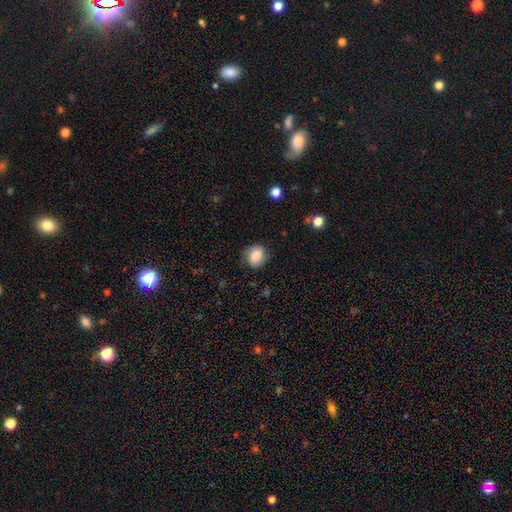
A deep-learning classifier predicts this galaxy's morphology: Smooth or featured: smooth — 72% (featured or disk — 20%)
How rounded: round — 50% (in between — 49%)
Merging: none — 72% (minor disturbance — 20%)